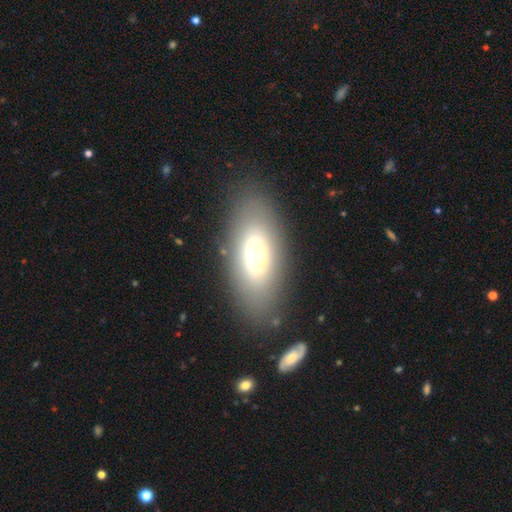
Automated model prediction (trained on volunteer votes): Smooth or featured? Predicted: smooth (p=0.56). How rounded? Predicted: in between (p=0.85). Merging? Predicted: none (p=0.79).